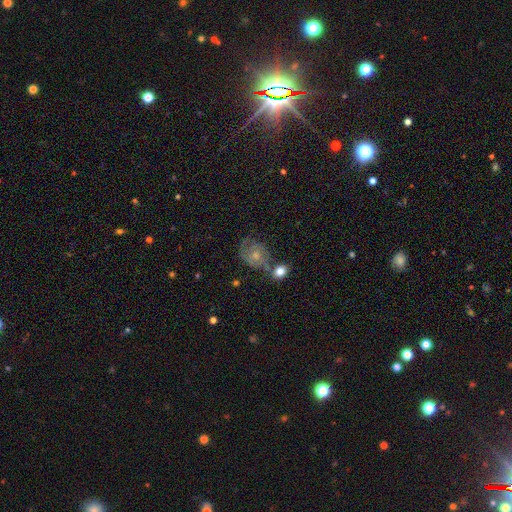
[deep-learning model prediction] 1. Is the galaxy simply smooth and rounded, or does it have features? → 58% featured or disk, 33% smooth, 9% star or artifact.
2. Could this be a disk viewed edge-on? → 97% no, 3% yes.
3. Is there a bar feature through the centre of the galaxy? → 79% no, 18% weak, 3% strong.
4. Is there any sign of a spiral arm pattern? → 78% yes, 22% no.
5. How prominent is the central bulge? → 53% small, 39% moderate, 4% none, 3% large, 1% dominant.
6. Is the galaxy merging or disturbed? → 45% none, 23% minor disturbance, 16% merger, 16% major disturbance.